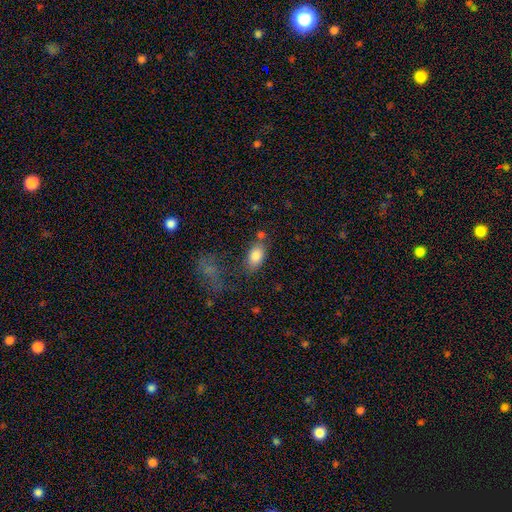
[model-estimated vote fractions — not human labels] Overall: smooth (84%). How rounded: in between (89%). Merging: none (68%).